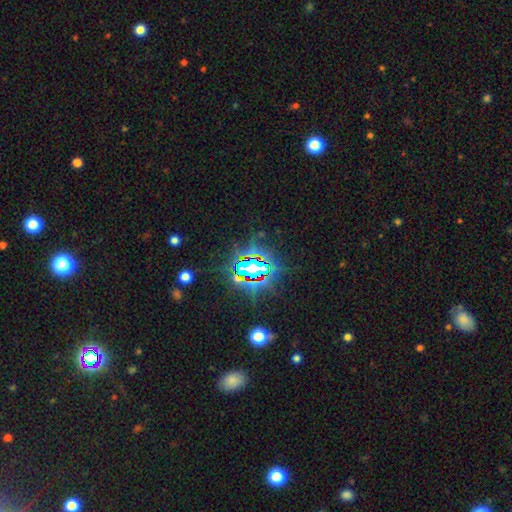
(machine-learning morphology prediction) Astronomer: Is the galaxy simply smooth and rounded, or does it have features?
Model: star or artifact — 81%.